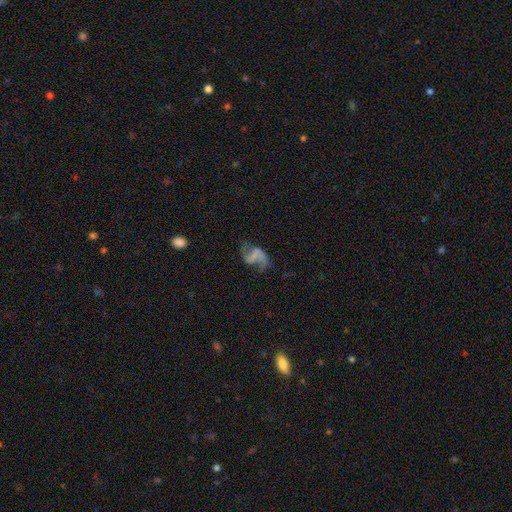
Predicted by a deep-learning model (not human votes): Smooth or featured? featured or disk (77%)
Edge-on disk? no (98%)
Bar? weak (41%)
Spiral arms? yes (90%)
Spiral winding? loose (68%)
Spiral arm count? 2 (86%)
Bulge size? none (56%)
Merging? none (55%)